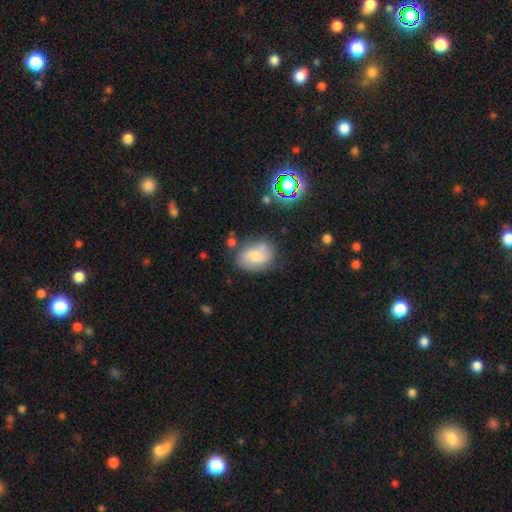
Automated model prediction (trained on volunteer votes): Morphology: type=smooth (66%); roundness=in between (71%); merging=none (65%).